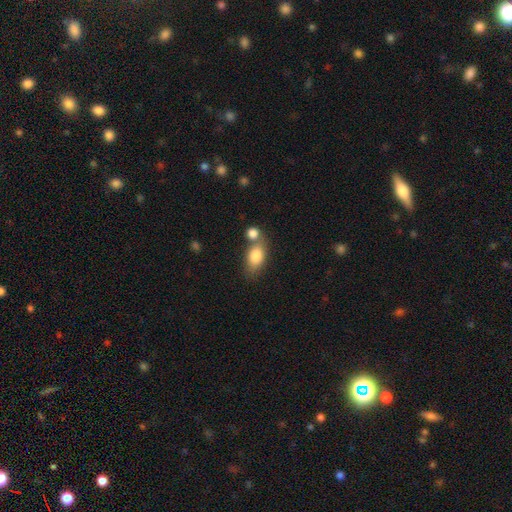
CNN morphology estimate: type=smooth (82%); roundness=in between (83%); merging=none (48%).